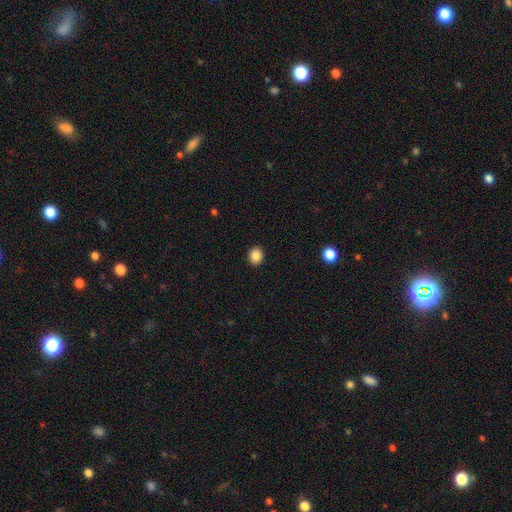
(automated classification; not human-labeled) The model was most divided on "how rounded": round: 65%, in between: 34%, cigar-shaped: 1%. More confident: merging — none (92%); smooth or featured — smooth (87%).